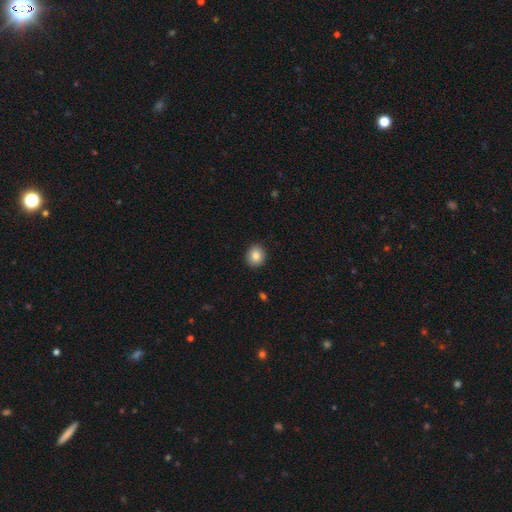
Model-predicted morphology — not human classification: The model was most divided on "how rounded": round: 76%, in between: 23%, cigar-shaped: 1%. More confident: merging — none (91%); smooth or featured — smooth (84%).